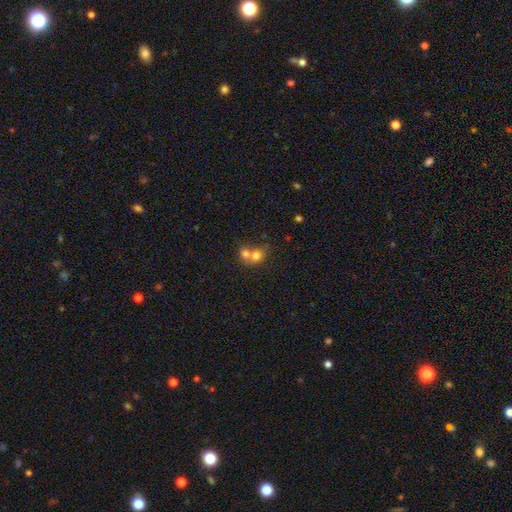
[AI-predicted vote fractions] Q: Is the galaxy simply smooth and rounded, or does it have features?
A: smooth — 69%.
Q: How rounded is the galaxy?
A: round — 57%.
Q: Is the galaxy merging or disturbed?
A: merger — 71%.